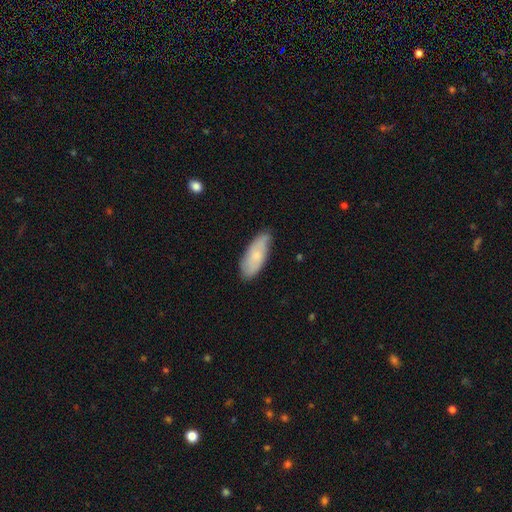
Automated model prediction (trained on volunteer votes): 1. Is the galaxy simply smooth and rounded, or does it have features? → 70% smooth, 24% featured or disk, 6% star or artifact.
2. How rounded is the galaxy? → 77% in between, 21% cigar-shaped, 2% round.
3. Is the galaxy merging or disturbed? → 75% none, 20% minor disturbance, 3% major disturbance, 1% merger.